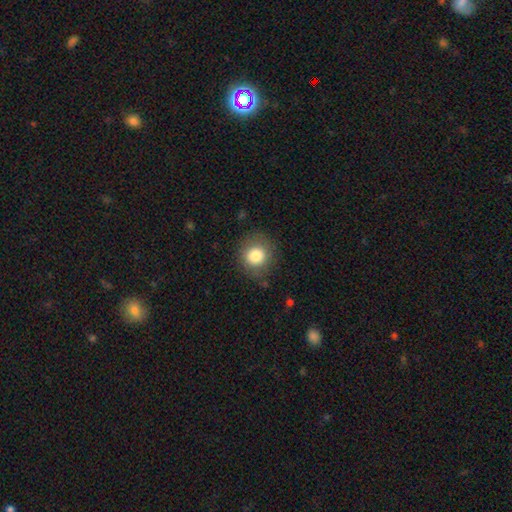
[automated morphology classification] Smooth or featured?
  - smooth: 82% *
  - star or artifact: 10%
  - featured or disk: 8%
How rounded?
  - round: 88% *
  - in between: 11%
  - cigar-shaped: 1%
Merging?
  - none: 83% *
  - minor disturbance: 11%
  - major disturbance: 4%
  - merger: 1%